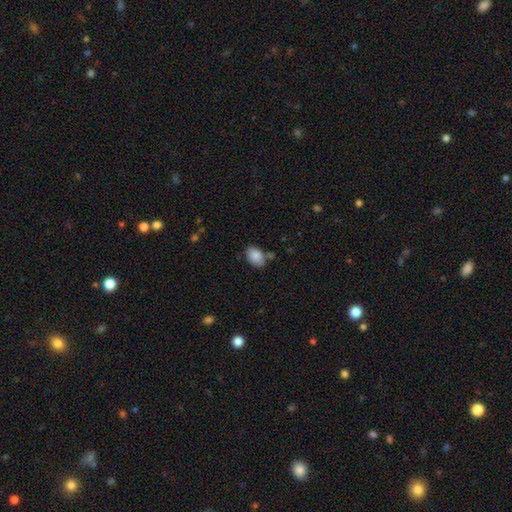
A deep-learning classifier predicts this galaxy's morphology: Q: Smooth or featured?
A: smooth (87%); runner-up: star or artifact (7%)
Q: How rounded?
A: in between (87%); runner-up: round (11%)
Q: Merging?
A: none (70%); runner-up: minor disturbance (18%)